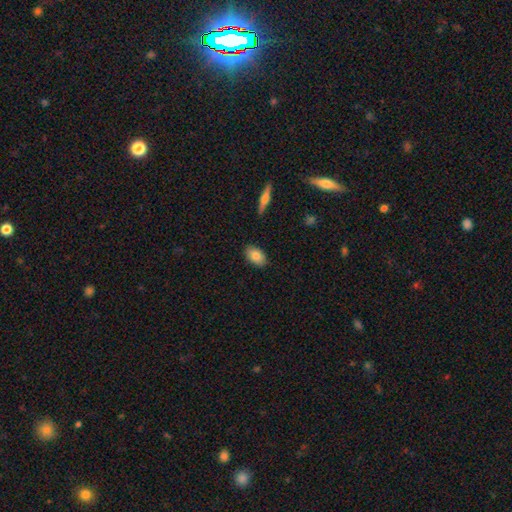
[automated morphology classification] smooth 84%, featured or disk 9%, star or artifact 7%. Down the decision tree: how rounded — in between (91%); merging — none (87%).